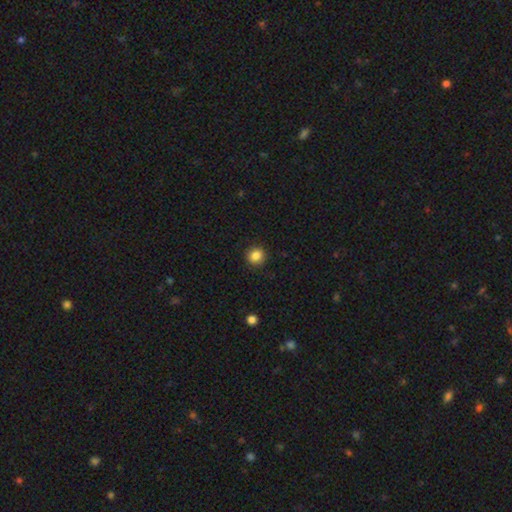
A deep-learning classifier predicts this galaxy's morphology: A smooth galaxy with no disk features (86%) that is round (85%).

Vote fractions:
- Smooth or featured? smooth: 86% / star or artifact: 10% / featured or disk: 4%
- How rounded? round: 85% / in between: 14% / cigar-shaped: 1%
- Merging? none: 90% / minor disturbance: 7% / major disturbance: 2% / merger: 1%